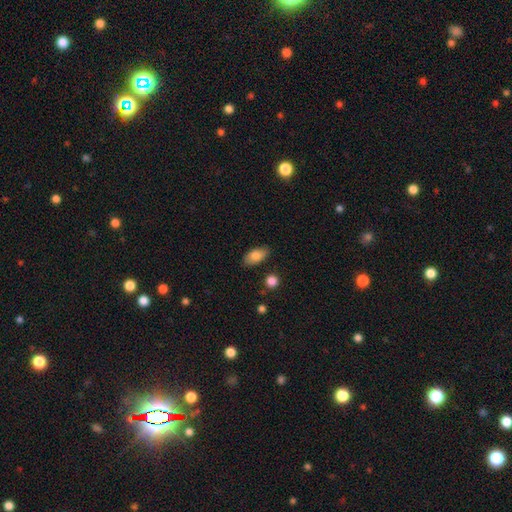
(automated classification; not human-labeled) smooth_or_featured: smooth (p=0.83) [alt: featured or disk p=0.10]
how_rounded: in between (p=0.91) [alt: cigar-shaped p=0.05]
merging: none (p=0.85) [alt: minor disturbance p=0.11]